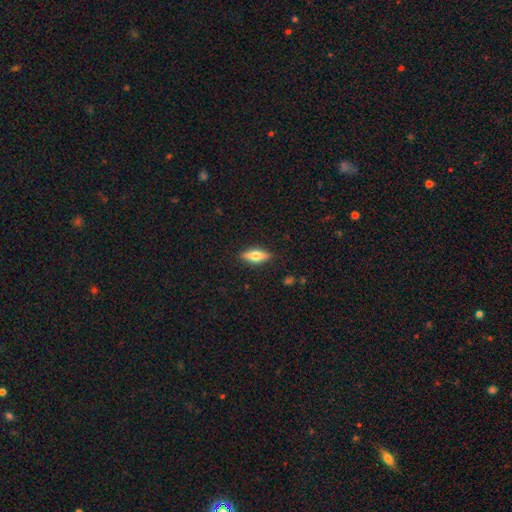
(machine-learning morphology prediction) A smooth galaxy with no disk features (52%) that is in between round and cigar-shaped (57%). Merging: none (87%).